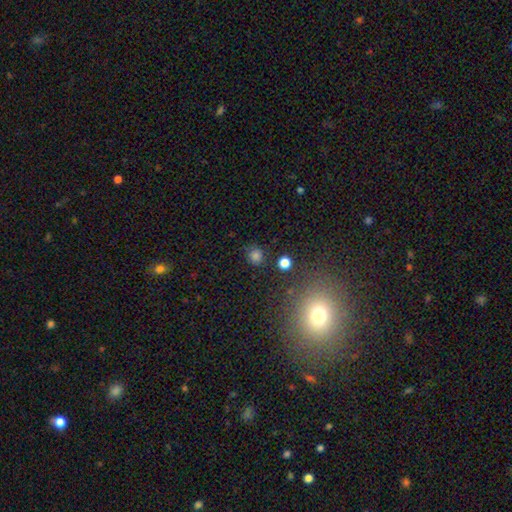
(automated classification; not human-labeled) Smooth or featured?
  - smooth: 77% *
  - star or artifact: 17%
  - featured or disk: 6%
How rounded?
  - round: 89% *
  - in between: 10%
  - cigar-shaped: 1%
Merging?
  - none: 81% *
  - minor disturbance: 11%
  - major disturbance: 4%
  - merger: 4%